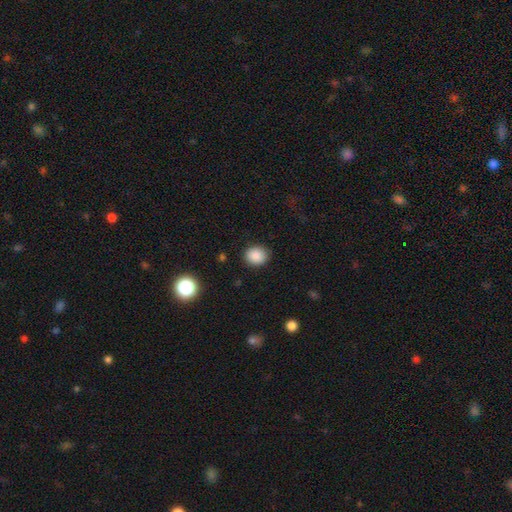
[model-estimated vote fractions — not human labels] This is clearly a smooth galaxy (88%). How rounded: likely round (72%). Merging: clearly none (88%).